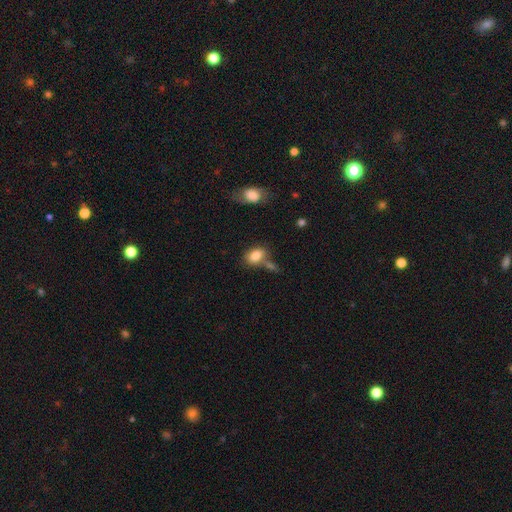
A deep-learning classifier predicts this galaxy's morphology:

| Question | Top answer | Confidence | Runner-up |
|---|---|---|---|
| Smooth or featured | smooth | 83% | featured or disk (9%) |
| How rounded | in between | 84% | round (14%) |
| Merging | none | 49% | merger (26%) |